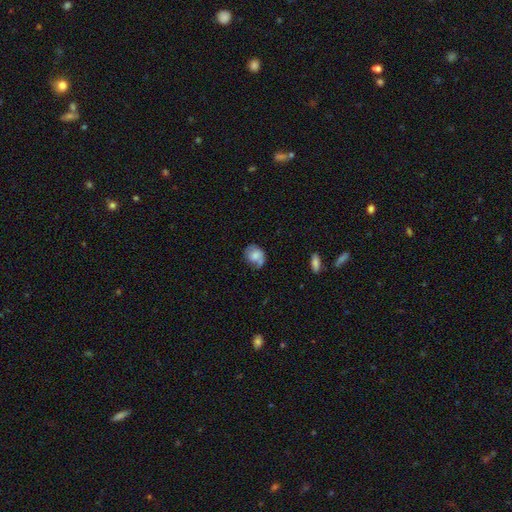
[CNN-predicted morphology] smooth 60%, featured or disk 32%, star or artifact 9%. Down the decision tree: how rounded — round (53%); merging — none (46%).